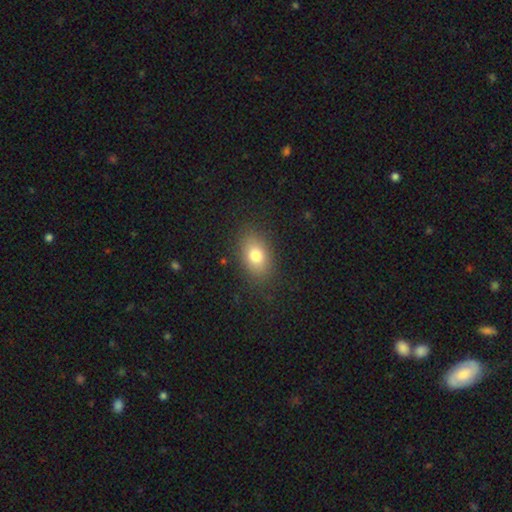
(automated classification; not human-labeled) Smooth or featured: smooth — 78% (featured or disk — 12%)
How rounded: in between — 83% (round — 15%)
Merging: none — 84% (minor disturbance — 11%)